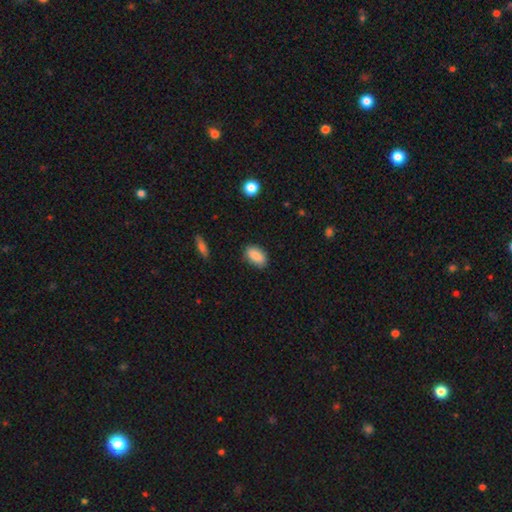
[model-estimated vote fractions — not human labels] Overall: smooth (89%). How rounded: in between (91%). Merging: none (84%).